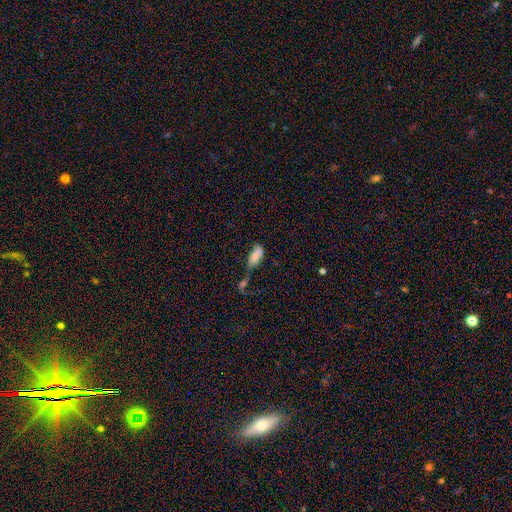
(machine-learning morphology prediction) smooth 78%, featured or disk 13%, star or artifact 9%. Down the decision tree: how rounded — in between (86%); merging — merger (41%).